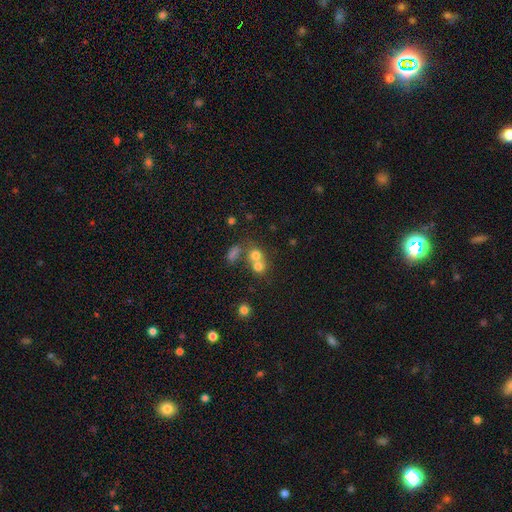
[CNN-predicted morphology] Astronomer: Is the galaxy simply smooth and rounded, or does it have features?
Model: smooth — 69%.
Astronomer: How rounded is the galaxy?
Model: round — 78%.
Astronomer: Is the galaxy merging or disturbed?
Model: merger — 56% (runner-up: none, 34%).